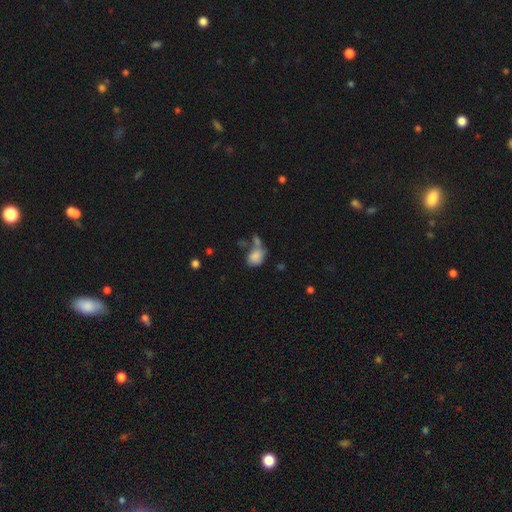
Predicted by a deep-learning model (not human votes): smooth 80%, featured or disk 11%, star or artifact 9%. Down the decision tree: how rounded — in between (71%); merging — merger (35%).